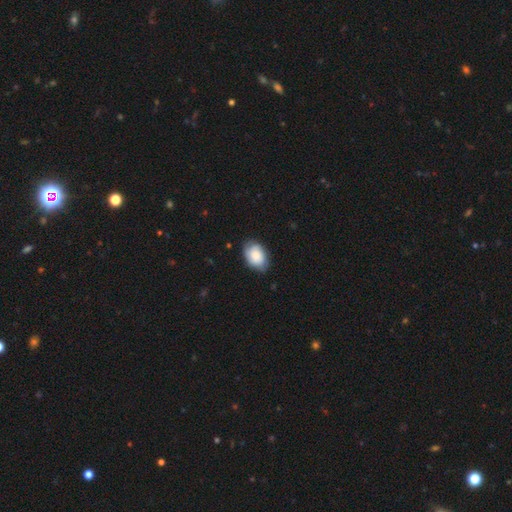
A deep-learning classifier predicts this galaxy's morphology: This is likely a smooth galaxy (74%). How rounded: clearly in between (83%). Merging: likely none (75%).